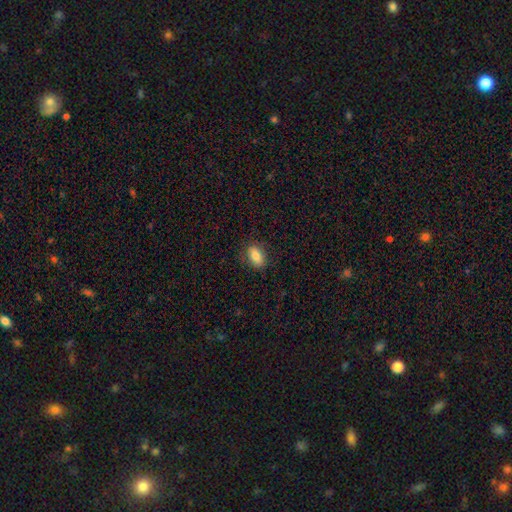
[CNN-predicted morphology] smooth_or_featured: smooth (p=0.81) [alt: featured or disk p=0.11]
how_rounded: in between (p=0.85) [alt: round p=0.09]
merging: none (p=0.82) [alt: minor disturbance p=0.13]